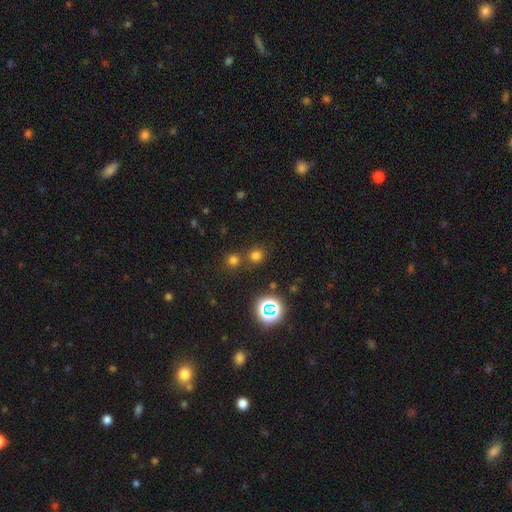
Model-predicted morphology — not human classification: Smooth or featured?
  - smooth: 66% *
  - star or artifact: 29%
  - featured or disk: 6%
How rounded?
  - round: 87% *
  - in between: 12%
  - cigar-shaped: 1%
Merging?
  - none: 69% *
  - merger: 20%
  - minor disturbance: 8%
  - major disturbance: 3%